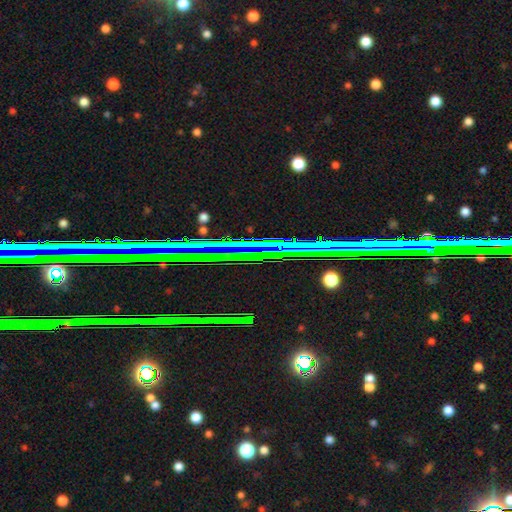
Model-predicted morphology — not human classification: Smooth or featured? Predicted: star or artifact (p=0.73).